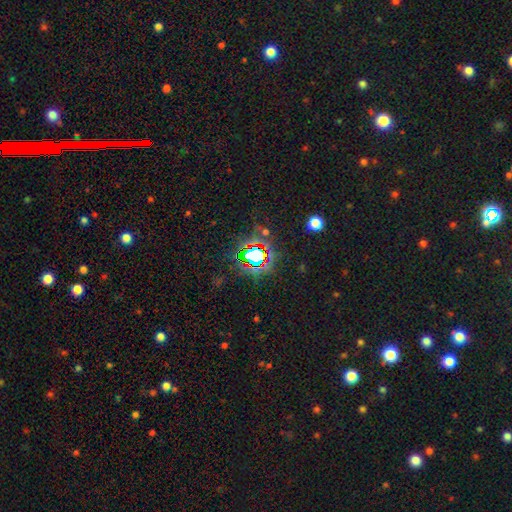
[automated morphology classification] Smooth or featured? Predicted: star or artifact (p=0.72).